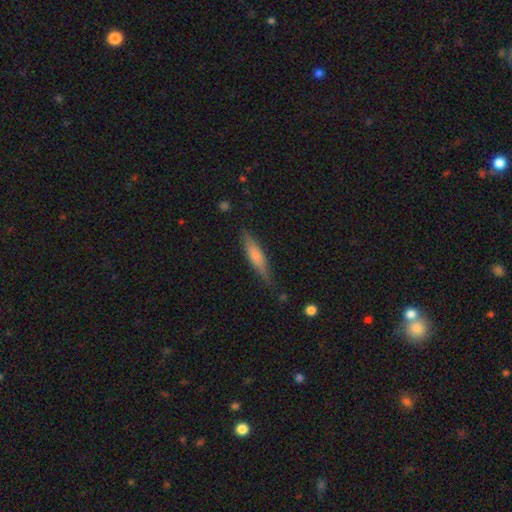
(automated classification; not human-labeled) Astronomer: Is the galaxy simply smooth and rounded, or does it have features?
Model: smooth — 64%.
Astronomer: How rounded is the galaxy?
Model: cigar-shaped — 80%.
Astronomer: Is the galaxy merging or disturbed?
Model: none — 81%.